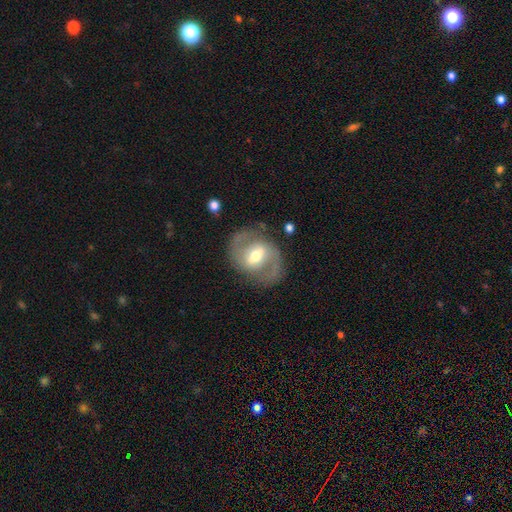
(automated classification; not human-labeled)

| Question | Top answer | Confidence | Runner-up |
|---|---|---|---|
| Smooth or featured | featured or disk | 84% | smooth (11%) |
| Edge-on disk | no | 97% | yes (3%) |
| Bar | weak | 47% | strong (29%) |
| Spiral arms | yes | 91% | no (9%) |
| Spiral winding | medium | 55% | tight (26%) |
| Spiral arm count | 2 | 90% | can't tell (4%) |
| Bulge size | moderate | 66% | small (24%) |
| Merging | none | 81% | minor disturbance (12%) |